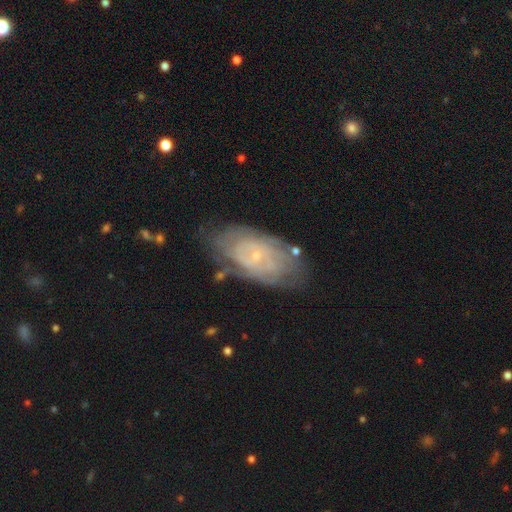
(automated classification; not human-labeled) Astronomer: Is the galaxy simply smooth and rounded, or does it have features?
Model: featured or disk — 75%.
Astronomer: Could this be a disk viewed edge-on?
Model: no — 95%.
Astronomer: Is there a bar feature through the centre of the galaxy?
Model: no — 63%.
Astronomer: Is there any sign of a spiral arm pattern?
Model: yes — 86%.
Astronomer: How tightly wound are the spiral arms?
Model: tight — 68%.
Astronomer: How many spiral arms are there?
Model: can't tell — 52%.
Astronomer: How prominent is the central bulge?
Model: small — 83%.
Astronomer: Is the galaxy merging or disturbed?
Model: none — 68%.